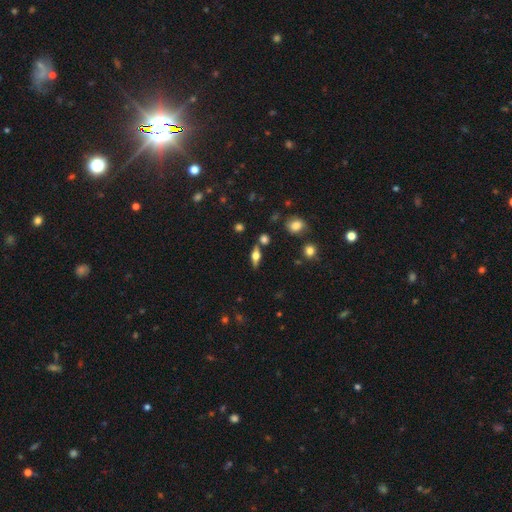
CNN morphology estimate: This appears to be a featured or disk galaxy (54%) viewed edge-on (93%). Merging: none (78%).